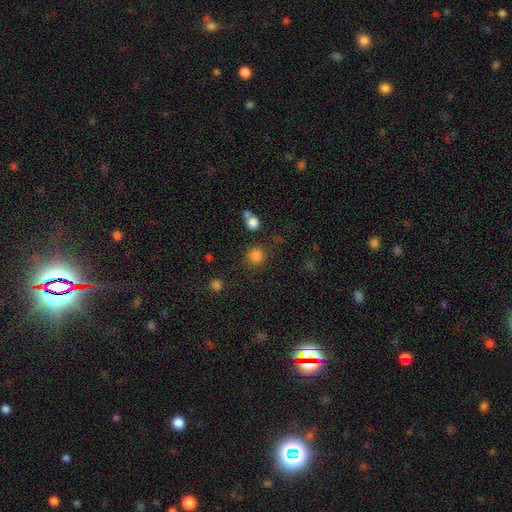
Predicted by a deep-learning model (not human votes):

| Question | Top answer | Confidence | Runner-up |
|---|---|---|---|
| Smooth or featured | smooth | 82% | star or artifact (13%) |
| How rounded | round | 90% | in between (9%) |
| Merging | none | 78% | minor disturbance (10%) |